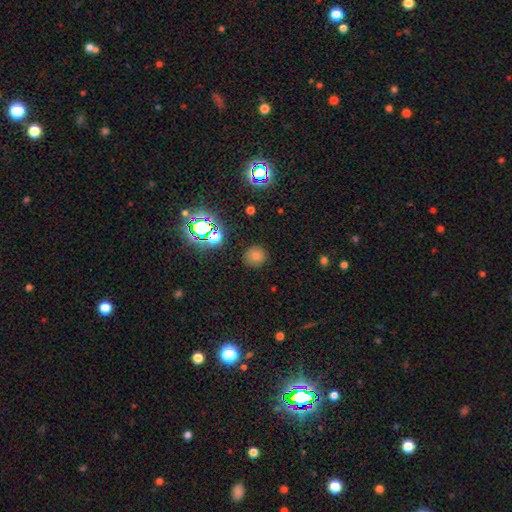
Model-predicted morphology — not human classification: Smooth or featured?
  - smooth: 72% *
  - star or artifact: 21%
  - featured or disk: 7%
How rounded?
  - round: 91% *
  - in between: 8%
  - cigar-shaped: 1%
Merging?
  - none: 87% *
  - minor disturbance: 8%
  - major disturbance: 3%
  - merger: 2%